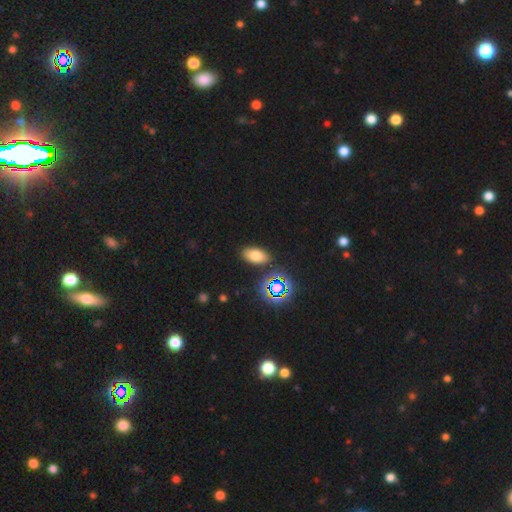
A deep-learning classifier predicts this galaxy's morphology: Smooth or featured? smooth (68%)
How rounded? in between (89%)
Merging? none (85%)